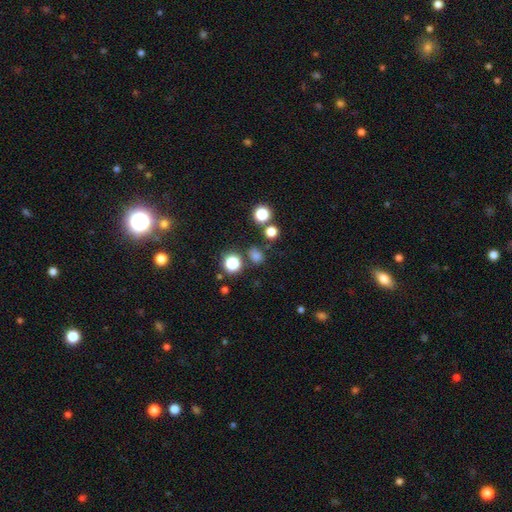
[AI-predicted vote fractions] Overall: smooth (70%). How rounded: round (73%). Merging: none (75%).